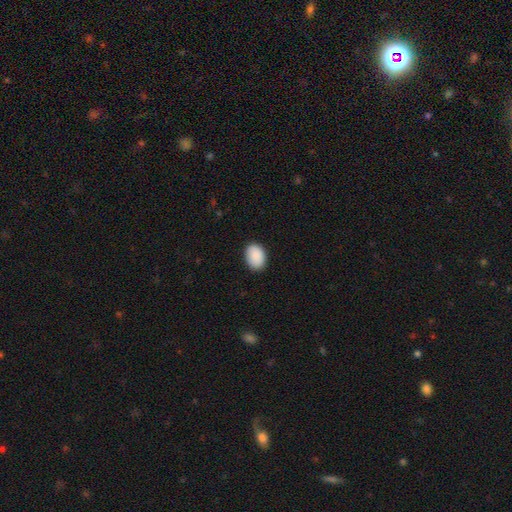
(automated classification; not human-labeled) A smooth galaxy with no disk features (91%) that is in between round and cigar-shaped (82%). Merging: none (87%).